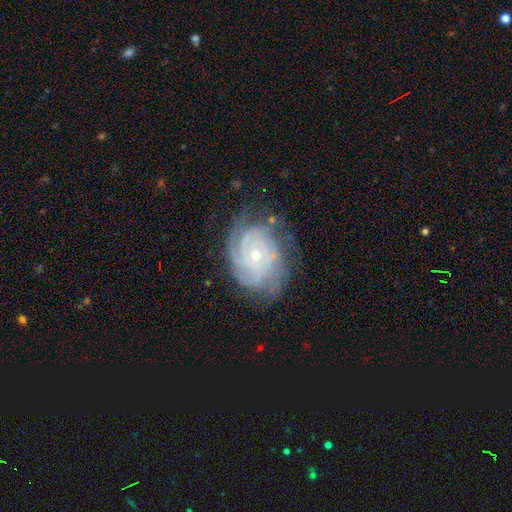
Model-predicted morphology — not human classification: featured or disk 87%, smooth 7%, star or artifact 6%. Down the decision tree: edge-on disk — no (97%); bar — no (78%); spiral arms — yes (97%); spiral arm count — 4 (28%); spiral winding — tight (77%); bulge size — small (72%); merging — none (74%).